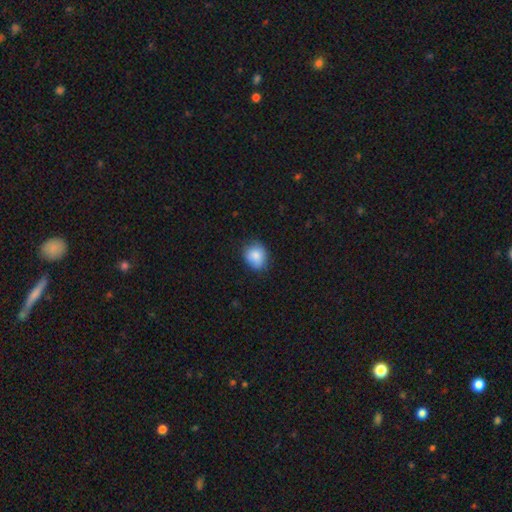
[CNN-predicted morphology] The model was most divided on "how rounded": round: 59%, in between: 40%, cigar-shaped: 1%. More confident: smooth or featured — smooth (83%); merging — none (70%).